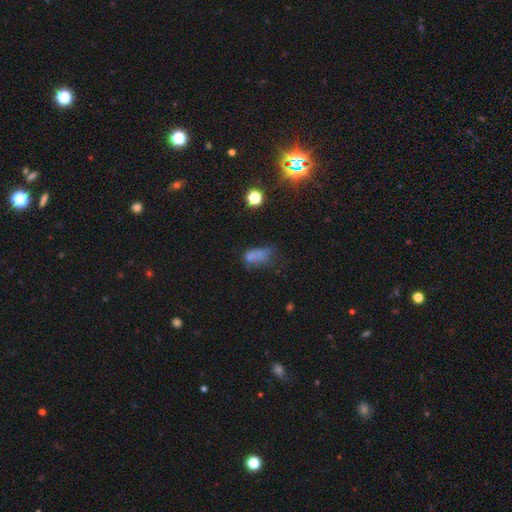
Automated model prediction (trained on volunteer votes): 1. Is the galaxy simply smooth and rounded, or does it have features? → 61% smooth, 20% featured or disk, 19% star or artifact.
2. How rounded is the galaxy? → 78% in between, 12% round, 10% cigar-shaped.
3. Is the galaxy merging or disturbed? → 32% major disturbance, 30% none, 25% minor disturbance, 13% merger.